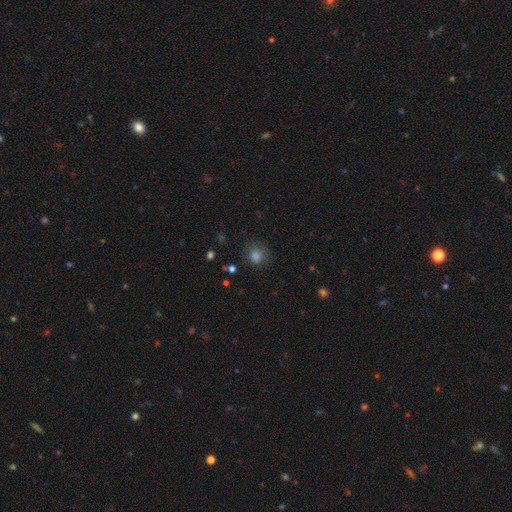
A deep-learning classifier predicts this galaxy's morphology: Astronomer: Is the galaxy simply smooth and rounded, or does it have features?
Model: smooth — 77%.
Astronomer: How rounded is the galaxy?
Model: round — 81%.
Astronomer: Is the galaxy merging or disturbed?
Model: none — 75%.